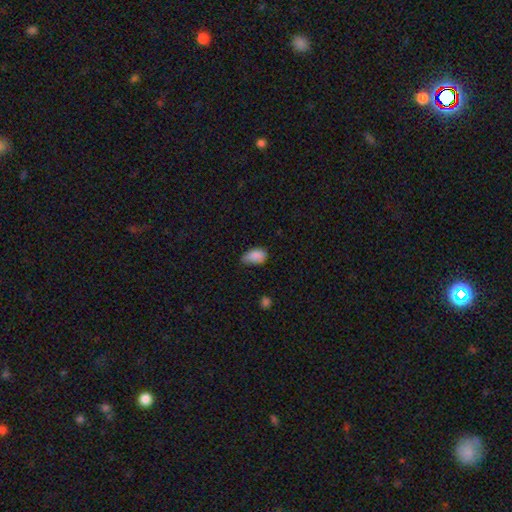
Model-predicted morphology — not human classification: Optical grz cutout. It shows a smooth galaxy with no disk features (84%) that is in between round and cigar-shaped (90%). Merging: minor disturbance (50%).